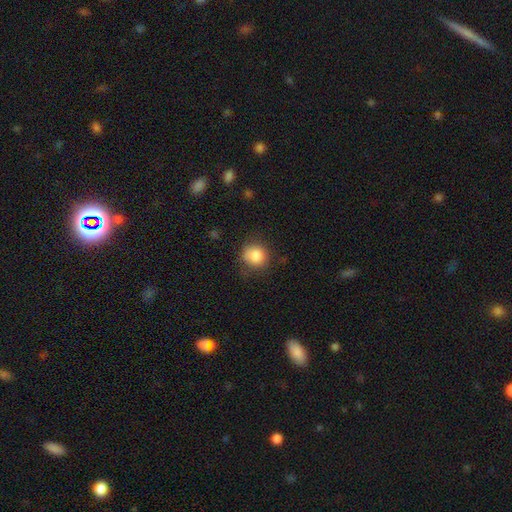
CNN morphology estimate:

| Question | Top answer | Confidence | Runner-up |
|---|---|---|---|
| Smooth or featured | smooth | 85% | star or artifact (9%) |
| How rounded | round | 86% | in between (13%) |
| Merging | none | 72% | minor disturbance (20%) |